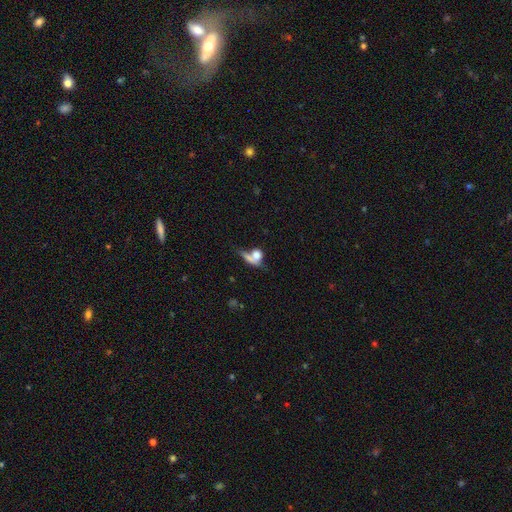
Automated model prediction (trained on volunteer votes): Smooth or featured?
  - smooth: 69% *
  - featured or disk: 20%
  - star or artifact: 12%
How rounded?
  - round: 50% *
  - in between: 37%
  - cigar-shaped: 13%
Merging?
  - merger: 40% *
  - none: 32%
  - major disturbance: 16%
  - minor disturbance: 12%